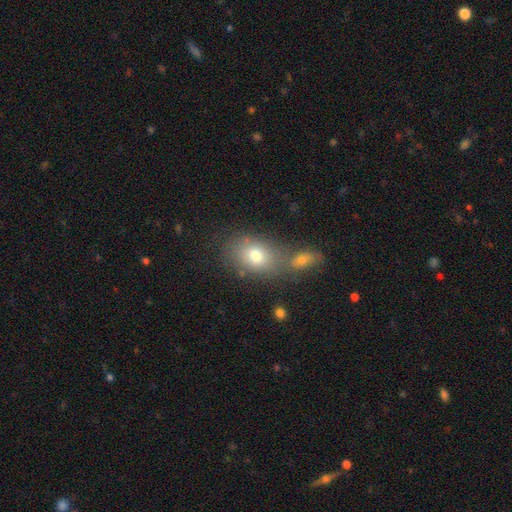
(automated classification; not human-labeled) The model was most divided on "merging": none: 51%, merger: 31%, minor disturbance: 13%, major disturbance: 5%. More confident: smooth or featured — smooth (74%); how rounded — in between (71%).